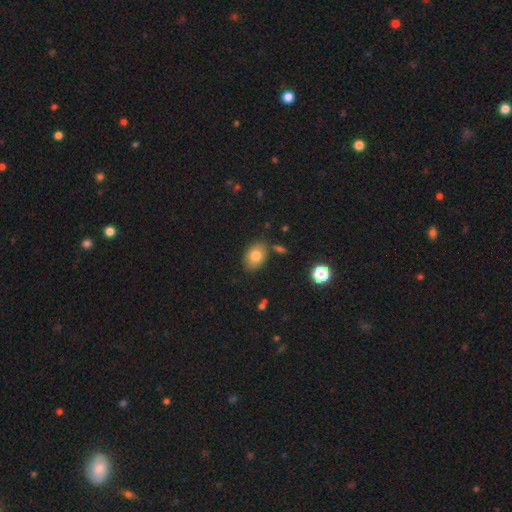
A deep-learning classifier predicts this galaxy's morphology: Smooth or featured: smooth — 79% (featured or disk — 12%)
How rounded: in between — 76% (round — 22%)
Merging: none — 80% (minor disturbance — 13%)